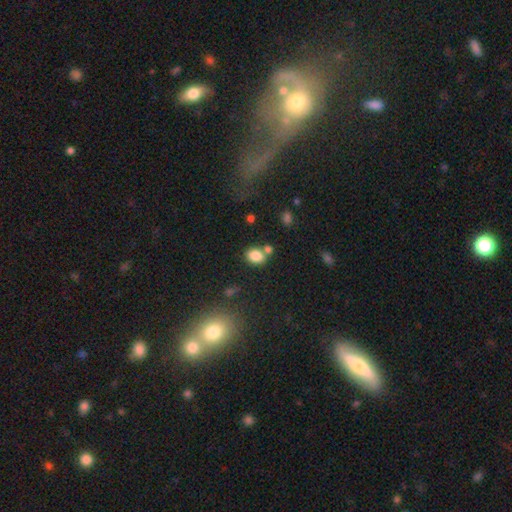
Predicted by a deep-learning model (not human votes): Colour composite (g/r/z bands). It shows a smooth galaxy with no disk features (83%) that is in between round and cigar-shaped (70%). Merging: none (59%).